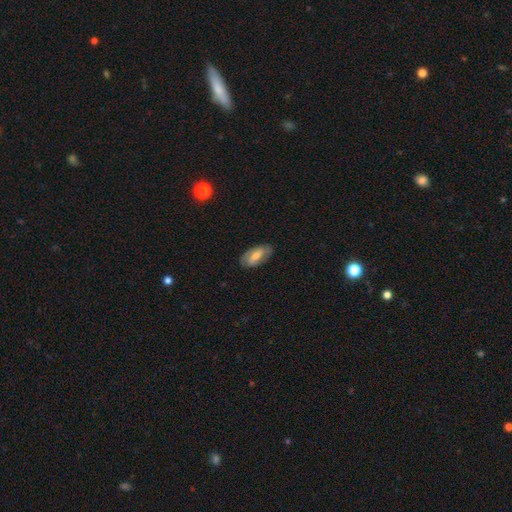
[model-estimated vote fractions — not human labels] smooth_or_featured: featured or disk (p=0.47) [tied with: smooth p=0.47]
merging: none (p=0.82) [alt: minor disturbance p=0.14]